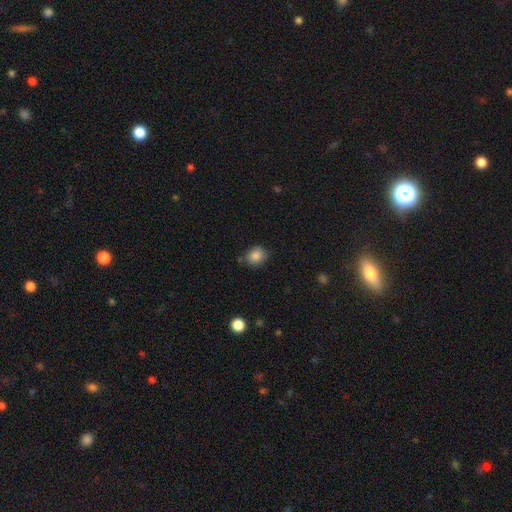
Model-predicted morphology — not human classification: Smooth or featured: smooth — 86% (star or artifact — 9%)
How rounded: round — 63% (in between — 36%)
Merging: none — 77% (minor disturbance — 16%)